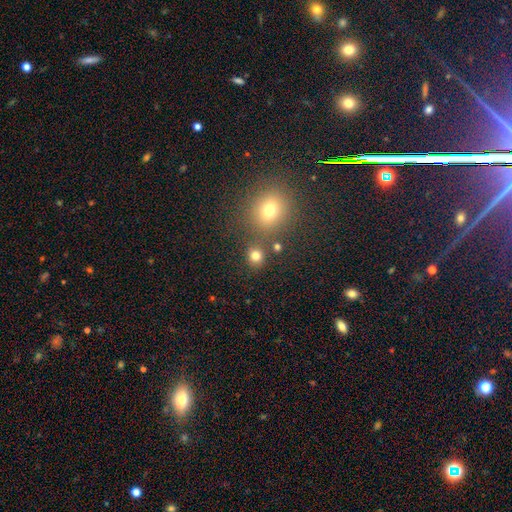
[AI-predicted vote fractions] Smooth or featured: smooth — 77% (star or artifact — 16%)
How rounded: round — 85% (in between — 14%)
Merging: none — 78% (merger — 11%)